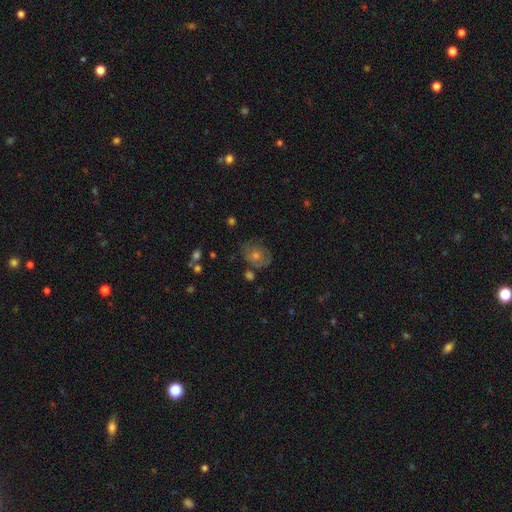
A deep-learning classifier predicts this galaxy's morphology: The model was most divided on "smooth or featured": featured or disk: 42%, smooth: 40%, star or artifact: 18%. More confident: merging — none (70%).